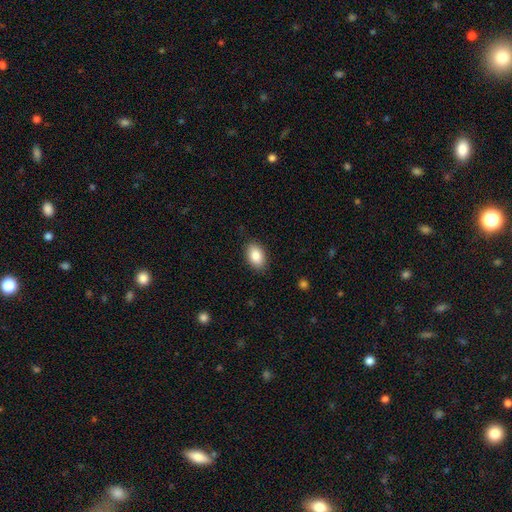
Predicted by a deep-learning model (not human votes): smooth-or-featured: smooth: 87% | star or artifact: 7% | featured or disk: 6%
  how-rounded: in between: 89% | round: 10% | cigar-shaped: 1%
  merging: none: 87% | minor disturbance: 10% | major disturbance: 2% | merger: 1%